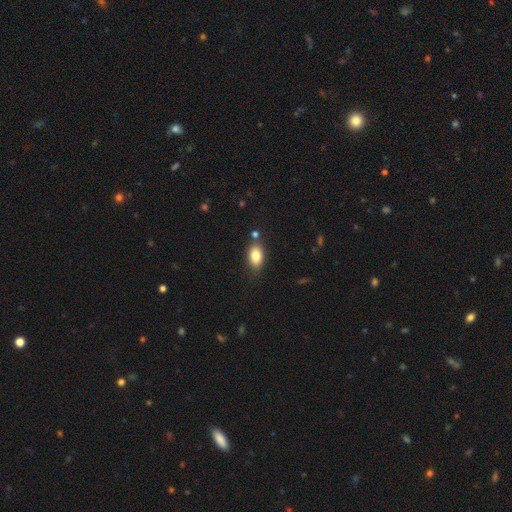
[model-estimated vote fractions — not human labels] Q: Smooth or featured?
A: smooth (83%); runner-up: featured or disk (9%)
Q: How rounded?
A: in between (87%); runner-up: round (10%)
Q: Merging?
A: none (73%); runner-up: minor disturbance (16%)